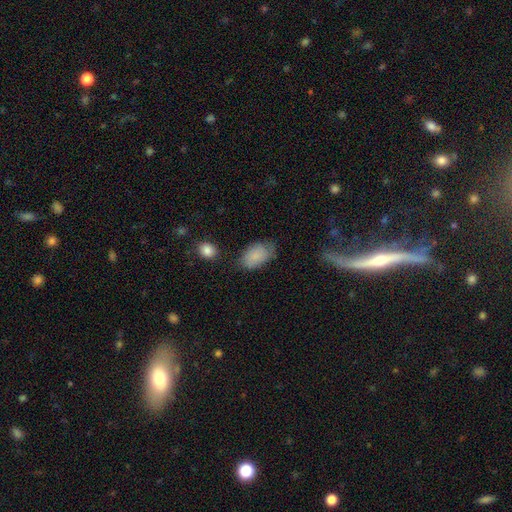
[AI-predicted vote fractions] Overall: smooth (83%). How rounded: in between (91%). Merging: none (63%; minor disturbance 26%).